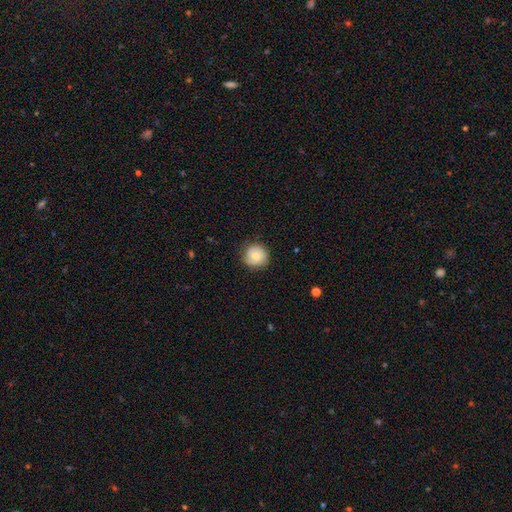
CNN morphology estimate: smooth_or_featured: smooth (p=0.65) [alt: featured or disk p=0.27]
how_rounded: round (p=0.91) [alt: in between p=0.08]
merging: none (p=0.78) [alt: minor disturbance p=0.17]